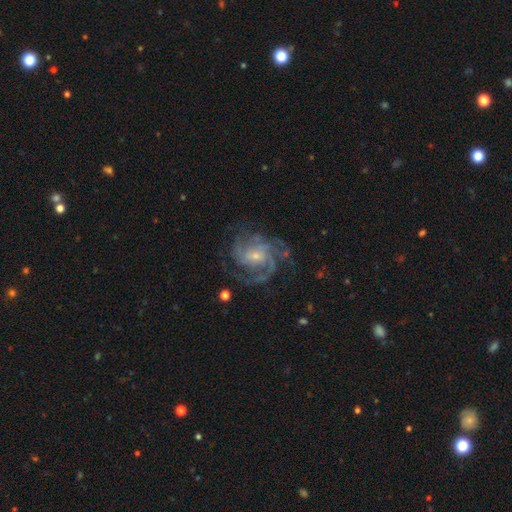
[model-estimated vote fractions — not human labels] This is clearly a featured or disk galaxy (88%). It is clearly not viewed edge-on (98%). Bar: likely no (61%). Spiral arm pattern: clearly yes (96%). Spiral arm count: marginally 3 (29%). Spiral winding: possibly medium (45%). Central bulge: likely small (74%). Merging: likely none (68%).